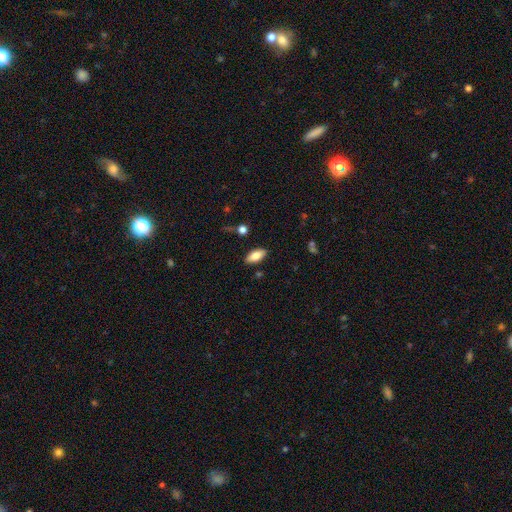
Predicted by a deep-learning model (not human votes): A smooth galaxy with no disk features (81%) that is in between round and cigar-shaped (89%).

Vote fractions:
- Smooth or featured? smooth: 81% / featured or disk: 11% / star or artifact: 7%
- How rounded? in between: 89% / cigar-shaped: 9% / round: 2%
- Merging? none: 86% / minor disturbance: 10% / major disturbance: 2% / merger: 2%